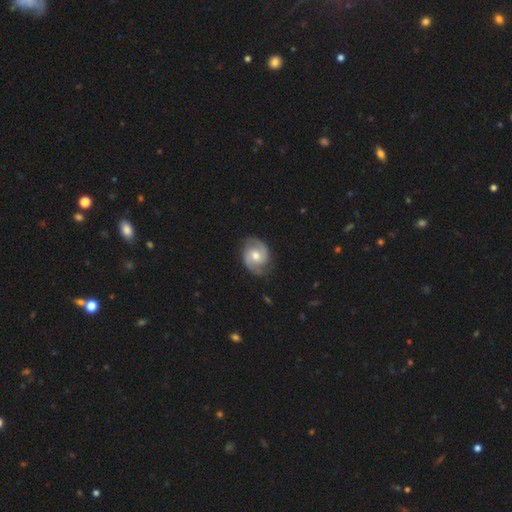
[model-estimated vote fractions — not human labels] Smooth or featured?
  - featured or disk: 83% *
  - smooth: 12%
  - star or artifact: 5%
Edge-on disk?
  - no: 98% *
  - yes: 2%
Bar?
  - no: 52% *
  - weak: 40%
  - strong: 8%
Spiral arms?
  - yes: 96% *
  - no: 4%
Spiral winding?
  - medium: 51% *
  - tight: 34%
  - loose: 15%
Spiral arm count?
  - 2: 92% *
  - can't tell: 3%
  - 1: 1%
  - 3: 1%
  - 4: 1%
  - more than 4: 1%
Bulge size?
  - moderate: 73% *
  - small: 19%
  - large: 6%
  - none: 1%
  - dominant: 1%
Merging?
  - none: 83% *
  - minor disturbance: 13%
  - major disturbance: 3%
  - merger: 1%